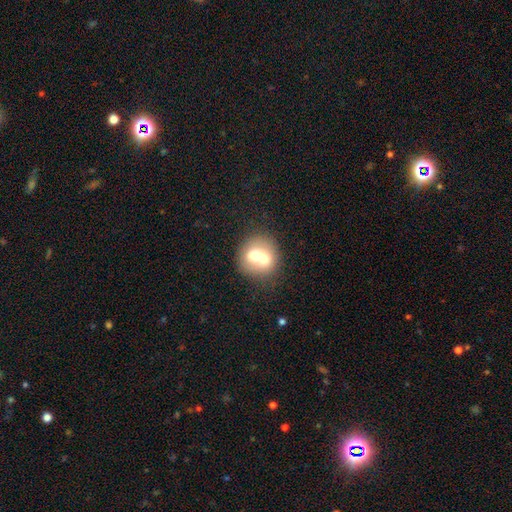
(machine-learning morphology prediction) Smooth or featured? smooth (63%)
How rounded? round (80%)
Merging? merger (60%)